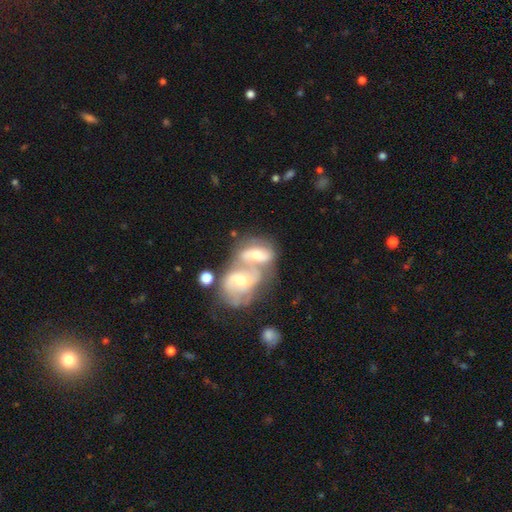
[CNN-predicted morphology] Smooth or featured: featured or disk — 63% (smooth — 28%)
Edge-on disk: no — 93% (yes — 7%)
Bar: no — 45% (weak — 36%)
Spiral arms: yes — 72% (no — 28%)
Bulge size: moderate — 63% (small — 28%)
Merging: merger — 75% (none — 14%)